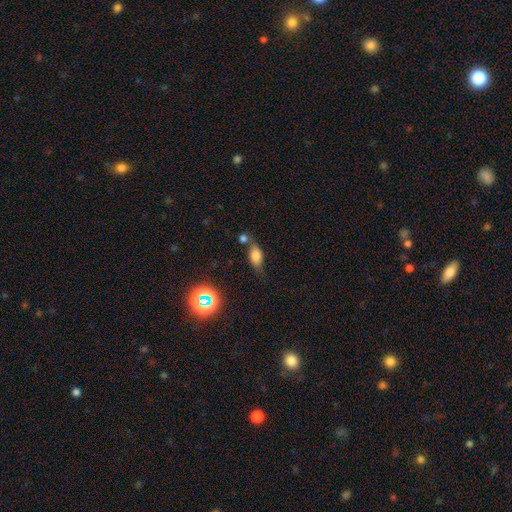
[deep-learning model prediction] smooth-or-featured: smooth: 69% | featured or disk: 17% | star or artifact: 14%
  how-rounded: in between: 78% | cigar-shaped: 14% | round: 8%
  merging: none: 54% | minor disturbance: 20% | merger: 19% | major disturbance: 7%